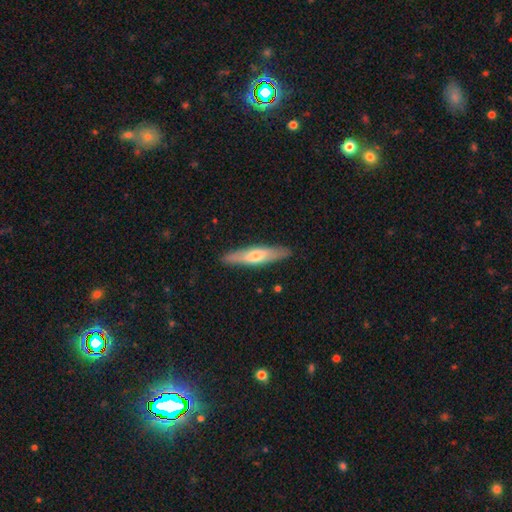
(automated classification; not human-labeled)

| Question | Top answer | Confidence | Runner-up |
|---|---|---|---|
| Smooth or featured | smooth | 52% | featured or disk (43%) |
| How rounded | cigar-shaped | 84% | in between (15%) |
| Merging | none | 89% | minor disturbance (8%) |